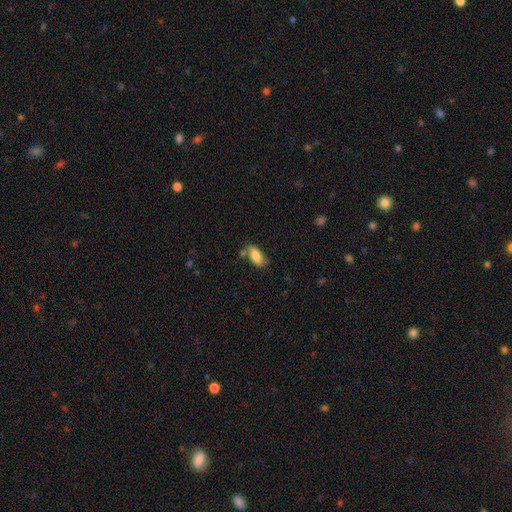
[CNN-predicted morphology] smooth-or-featured: smooth: 81% | featured or disk: 11% | star or artifact: 7%
  how-rounded: in between: 87% | cigar-shaped: 10% | round: 3%
  merging: none: 61% | minor disturbance: 22% | merger: 11% | major disturbance: 6%